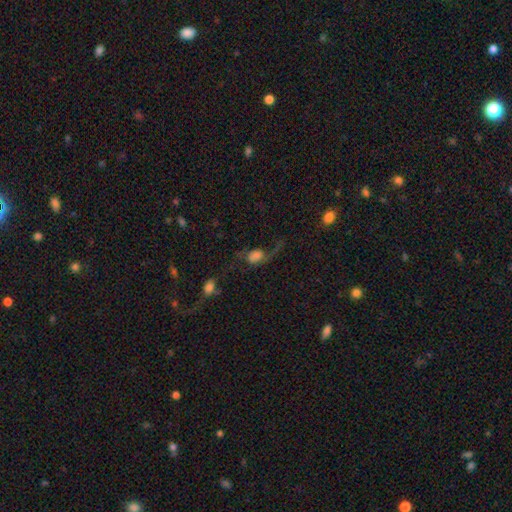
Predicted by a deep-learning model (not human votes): A featured or disk galaxy (44%). Merging: major disturbance (43%).